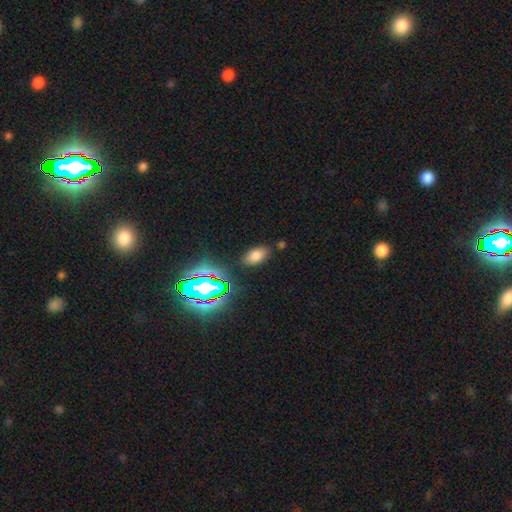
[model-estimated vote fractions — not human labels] Smooth or featured: smooth — 71% (star or artifact — 20%)
How rounded: in between — 91% (round — 6%)
Merging: none — 83% (minor disturbance — 11%)